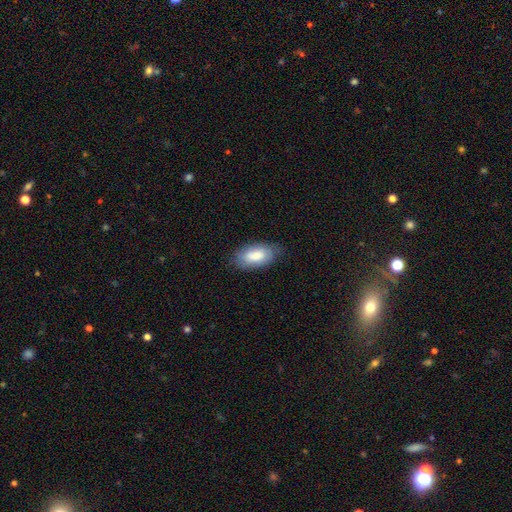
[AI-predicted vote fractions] This is clearly a smooth galaxy (81%). How rounded: clearly in between (93%). Merging: likely none (77%).